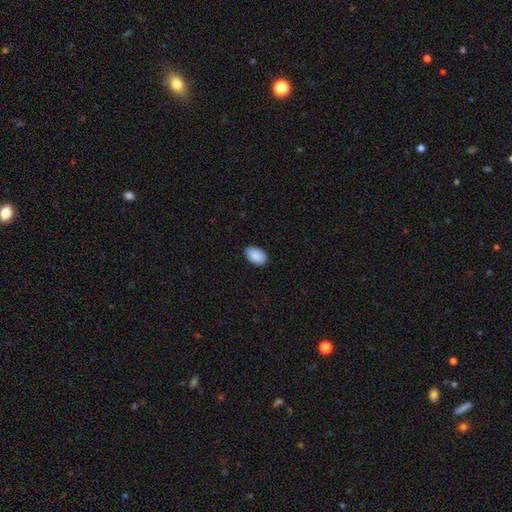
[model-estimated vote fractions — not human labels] Smooth or featured: smooth — 90% (star or artifact — 6%)
How rounded: in between — 91% (round — 8%)
Merging: none — 87% (minor disturbance — 10%)